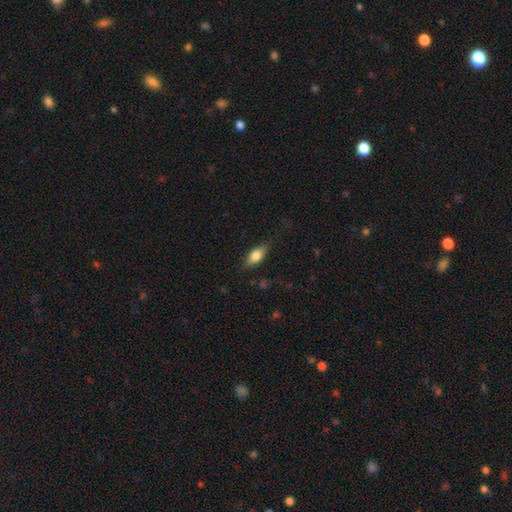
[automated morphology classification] Smooth or featured: smooth — 73% (featured or disk — 20%)
How rounded: in between — 82% (cigar-shaped — 13%)
Merging: none — 77% (minor disturbance — 17%)